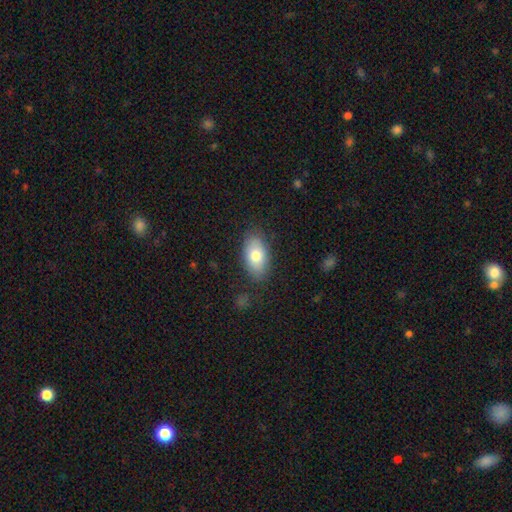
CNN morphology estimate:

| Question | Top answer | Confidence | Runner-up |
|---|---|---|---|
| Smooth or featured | smooth | 76% | featured or disk (17%) |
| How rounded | in between | 92% | round (5%) |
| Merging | none | 82% | minor disturbance (13%) |